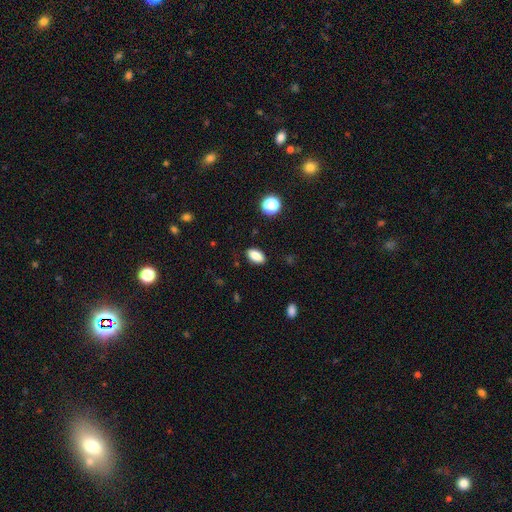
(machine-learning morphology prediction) smooth-or-featured: smooth: 86% | star or artifact: 9% | featured or disk: 5%
  how-rounded: in between: 90% | round: 6% | cigar-shaped: 4%
  merging: none: 87% | minor disturbance: 9% | major disturbance: 2% | merger: 1%